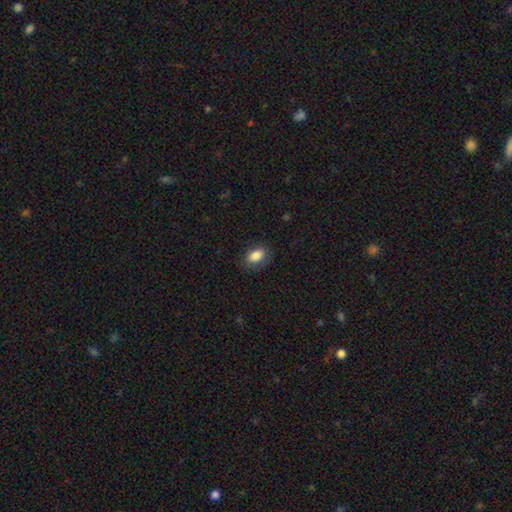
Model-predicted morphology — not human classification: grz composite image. It shows a smooth galaxy with no disk features (86%) that is in between round and cigar-shaped (88%). Merging: none (83%).